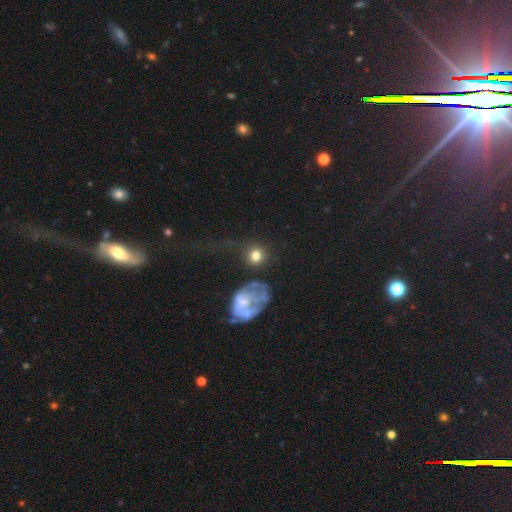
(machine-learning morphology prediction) Smooth or featured? smooth (71%)
How rounded? round (85%)
Merging? none (64%)